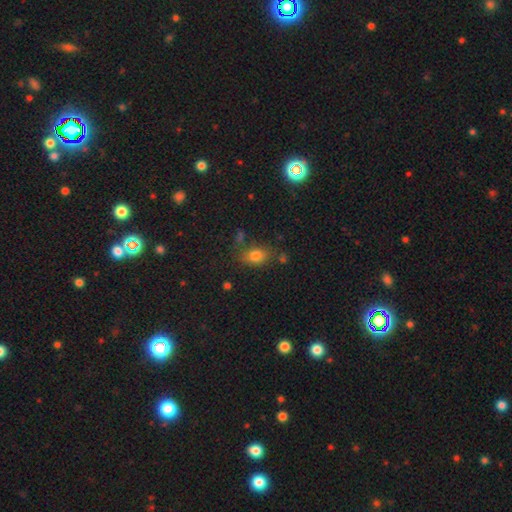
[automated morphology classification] This is likely a smooth galaxy (79%). How rounded: likely in between (73%). Merging: likely none (67%).